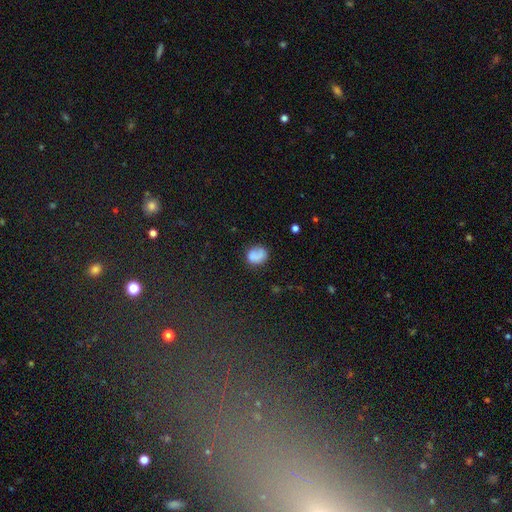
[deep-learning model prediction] Morphology: type=smooth (78%); roundness=round (67%); merging=none (67%).